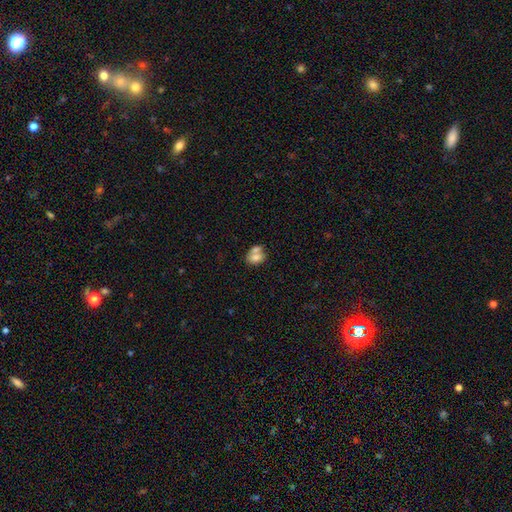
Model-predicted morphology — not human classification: Smooth or featured? Predicted: smooth (p=0.73). How rounded? Predicted: in between (p=0.64). Merging? Predicted: merger (p=0.52).